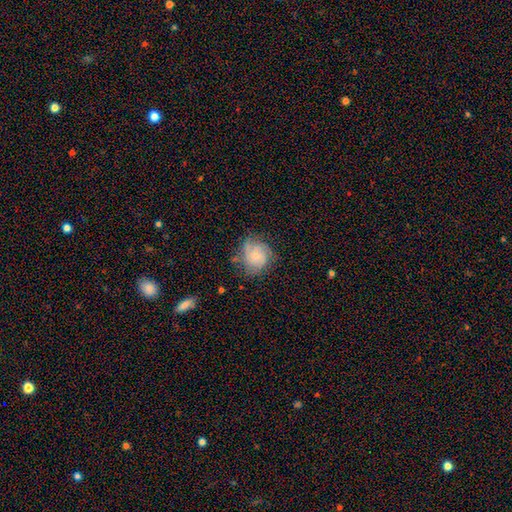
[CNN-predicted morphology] Smooth or featured: featured or disk — 53% (smooth — 38%)
Edge-on disk: no — 98% (yes — 2%)
Bar: no — 79% (weak — 18%)
Spiral arms: yes — 84% (no — 16%)
Bulge size: small — 65% (moderate — 28%)
Merging: none — 65% (minor disturbance — 24%)